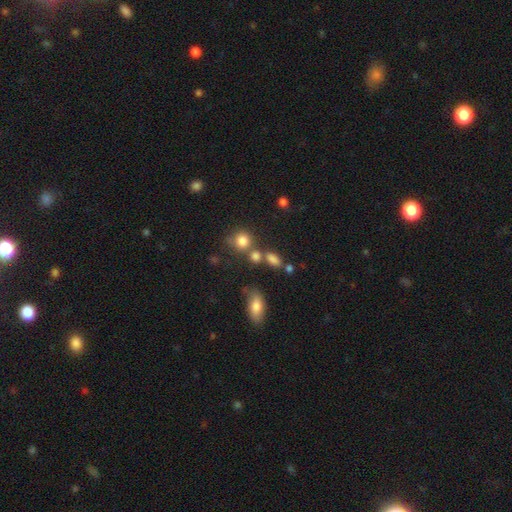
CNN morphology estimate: A smooth galaxy with no disk features (78%) that is round (72%).

Vote fractions:
- Smooth or featured? smooth: 78% / star or artifact: 14% / featured or disk: 8%
- How rounded? round: 72% / in between: 25% / cigar-shaped: 2%
- Merging? none: 56% / merger: 26% / minor disturbance: 12% / major disturbance: 6%